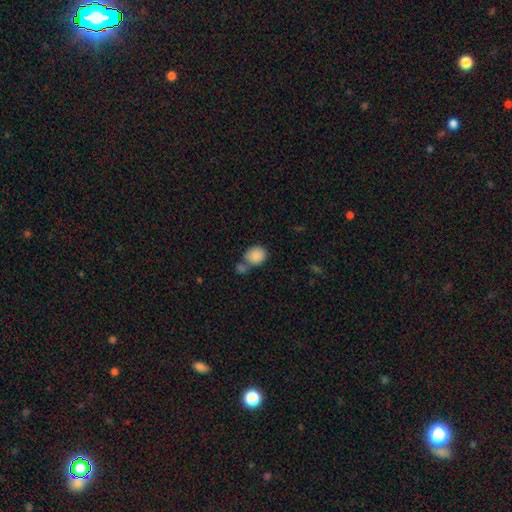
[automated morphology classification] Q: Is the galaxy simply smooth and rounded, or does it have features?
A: smooth — 87%.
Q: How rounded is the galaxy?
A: round — 70%.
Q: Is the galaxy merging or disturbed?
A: none — 49%.